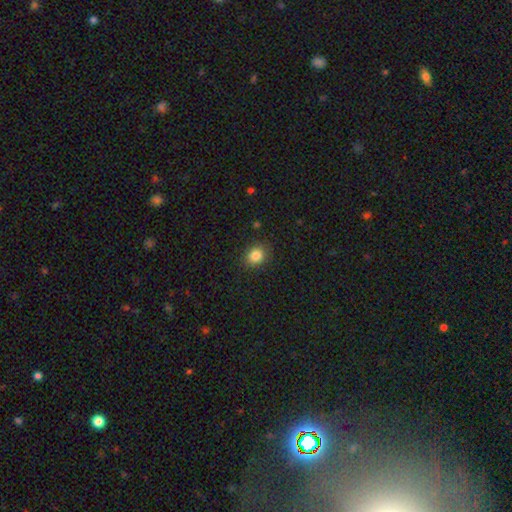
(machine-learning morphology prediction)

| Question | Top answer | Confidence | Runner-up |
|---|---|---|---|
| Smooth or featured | smooth | 85% | star or artifact (10%) |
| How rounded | round | 64% | in between (35%) |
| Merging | none | 87% | minor disturbance (9%) |